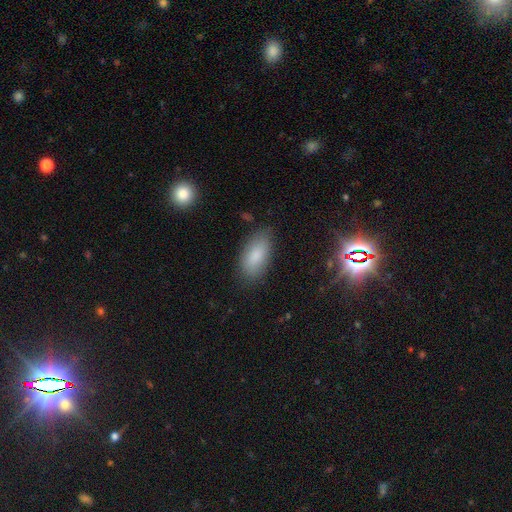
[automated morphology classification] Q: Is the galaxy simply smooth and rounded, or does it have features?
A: smooth — 84%.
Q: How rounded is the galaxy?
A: in between — 91%.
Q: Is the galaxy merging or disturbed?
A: none — 80%.